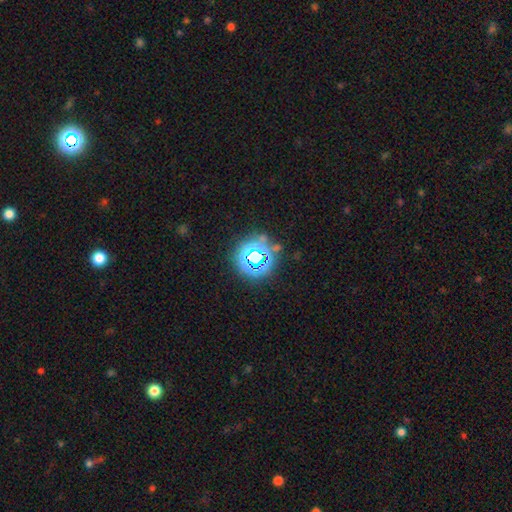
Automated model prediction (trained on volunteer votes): This is likely a star or artifact rather than a galaxy (68%).